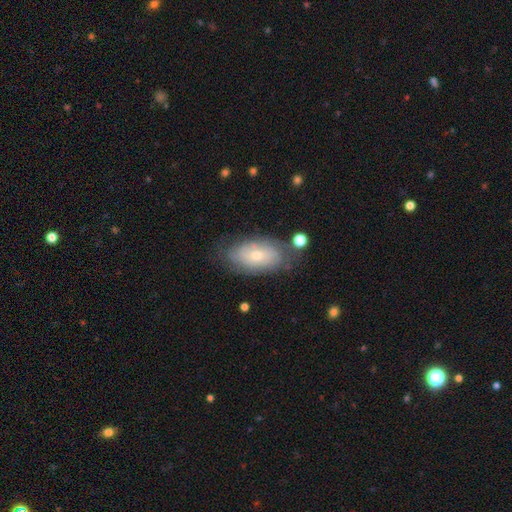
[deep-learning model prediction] This appears to be a featured or disk galaxy (52%). Merging: none (71%).